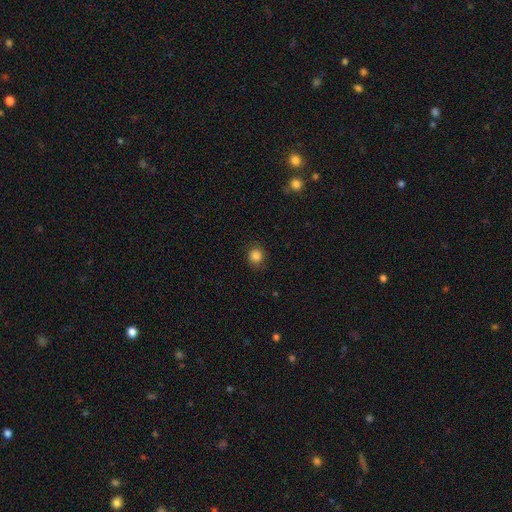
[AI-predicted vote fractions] This appears to be a smooth galaxy with no disk features (85%) that is round (84%). Merging: none (85%).